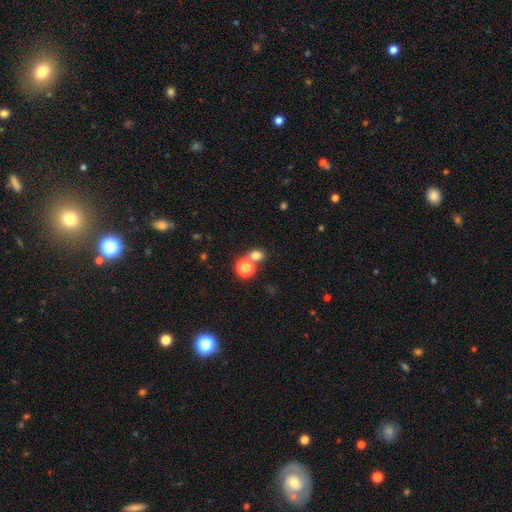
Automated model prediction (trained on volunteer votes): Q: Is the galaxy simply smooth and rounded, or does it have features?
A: smooth — 76%.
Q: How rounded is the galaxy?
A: round — 65%.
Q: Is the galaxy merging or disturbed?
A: none — 56%.